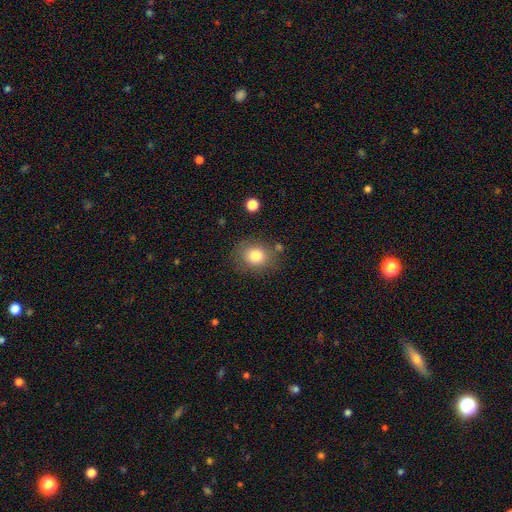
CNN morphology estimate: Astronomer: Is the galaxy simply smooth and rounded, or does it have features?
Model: smooth — 81%.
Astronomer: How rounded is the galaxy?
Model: round — 71%.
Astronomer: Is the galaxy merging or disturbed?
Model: none — 77%.